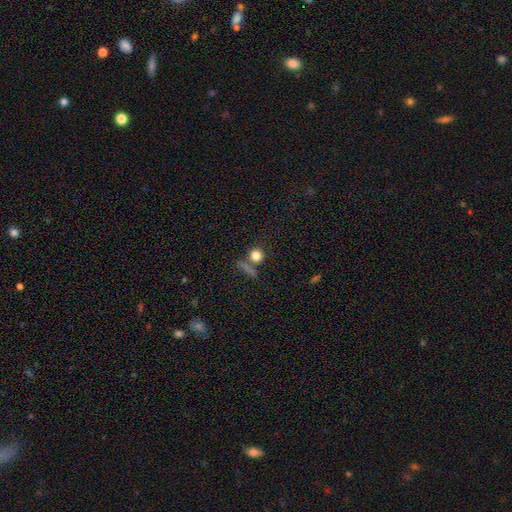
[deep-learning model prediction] Smooth or featured? Predicted: smooth (p=0.79). How rounded? Predicted: round (p=0.86). Merging? Predicted: none (p=0.70).